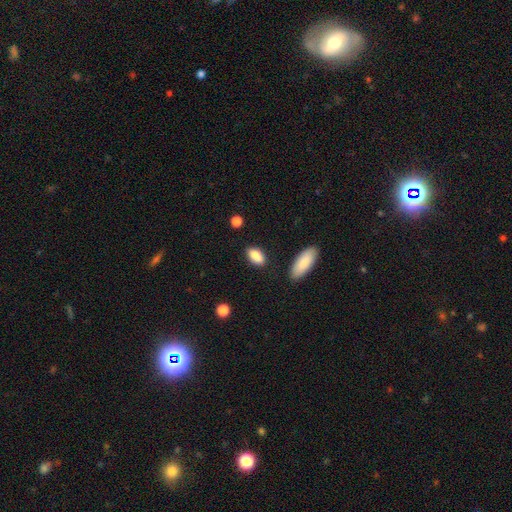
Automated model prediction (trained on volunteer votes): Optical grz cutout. It shows a smooth galaxy with no disk features (82%) that is in between round and cigar-shaped (88%). Merging: none (72%).